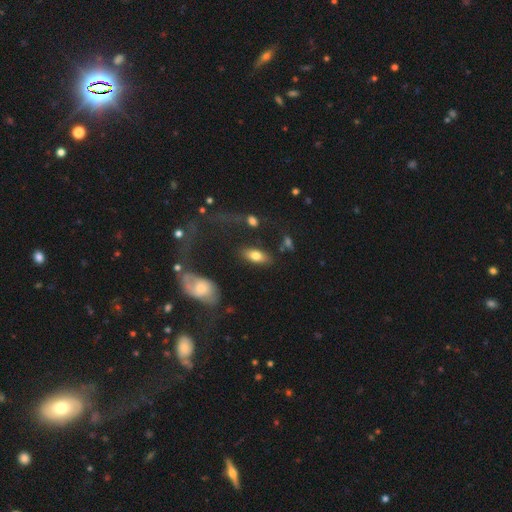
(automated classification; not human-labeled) Morphology: type=smooth (76%); roundness=in between (86%); merging=none (79%).